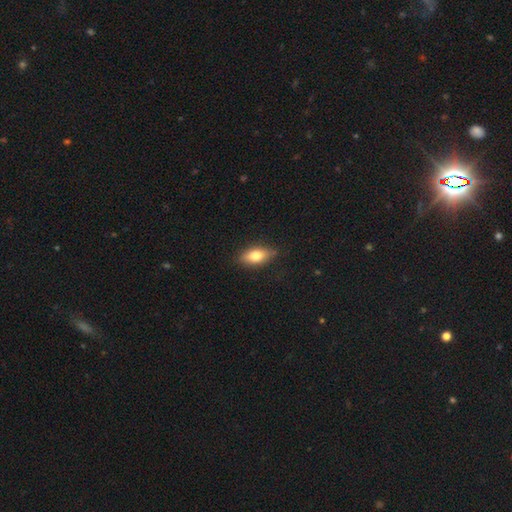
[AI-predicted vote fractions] This is likely a smooth galaxy (75%). How rounded: clearly in between (83%). Merging: clearly none (83%).